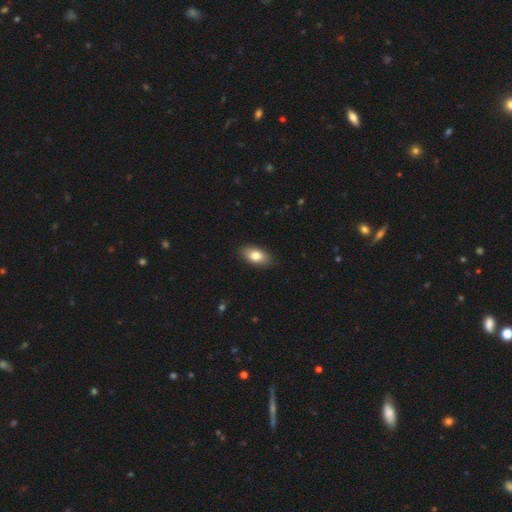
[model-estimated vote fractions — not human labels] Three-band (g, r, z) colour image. It shows a smooth galaxy with no disk features (81%) that is in between round and cigar-shaped (91%). Merging: none (88%).